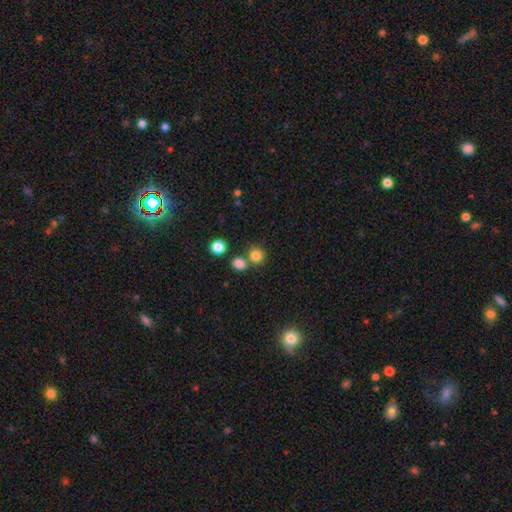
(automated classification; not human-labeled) The model was most divided on "merging": none: 67%, merger: 22%, minor disturbance: 8%, major disturbance: 3%. More confident: how rounded — round (86%); smooth or featured — smooth (82%).